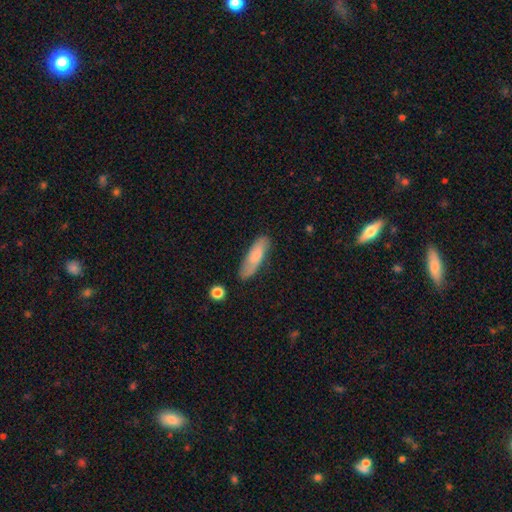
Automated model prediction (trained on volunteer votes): A smooth galaxy with no disk features (69%) that is cigar-shaped (51%).

Vote fractions:
- Smooth or featured? smooth: 69% / featured or disk: 25% / star or artifact: 6%
- How rounded? cigar-shaped: 51% / in between: 47% / round: 2%
- Merging? none: 74% / minor disturbance: 19% / major disturbance: 4% / merger: 3%